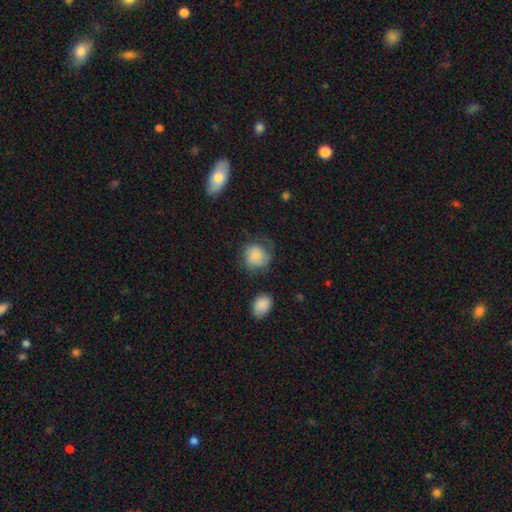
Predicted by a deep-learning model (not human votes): smooth 73%, featured or disk 19%, star or artifact 8%. Down the decision tree: how rounded — round (83%); merging — none (57%).